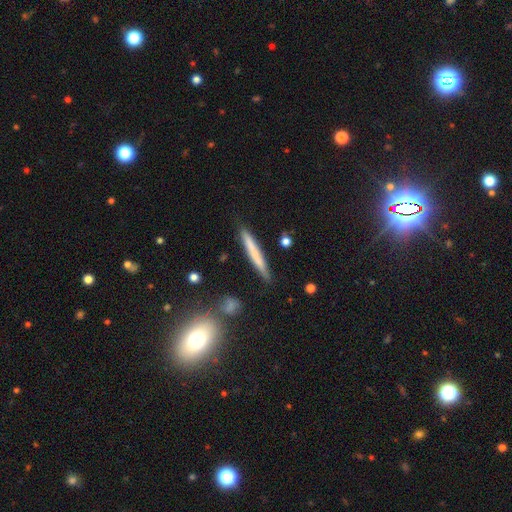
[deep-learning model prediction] Morphology: type=smooth (63%); roundness=cigar-shaped (96%); merging=none (87%).